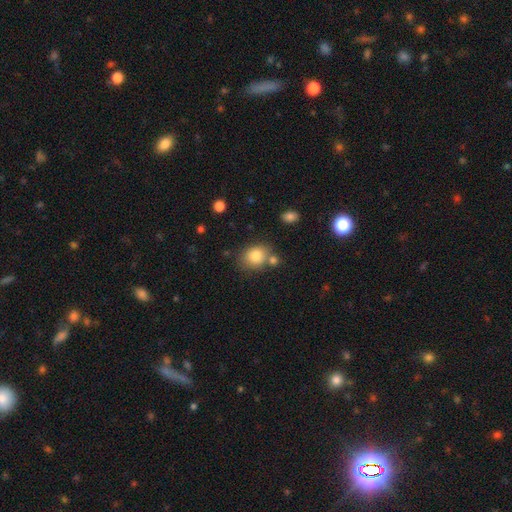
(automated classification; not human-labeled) Morphology: type=smooth (82%); roundness=round (56%); merging=none (63%).